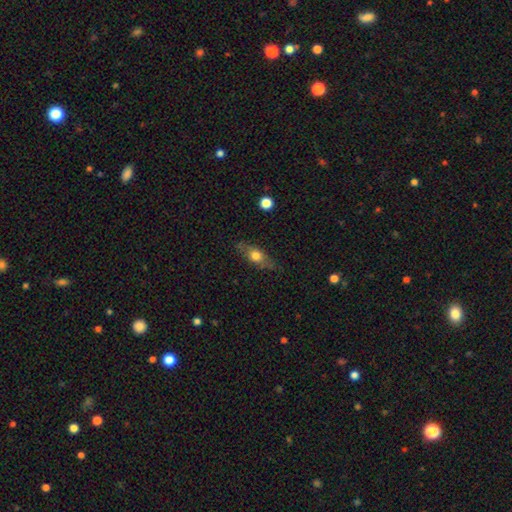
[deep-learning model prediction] Morphology: type=smooth (53%); roundness=in between (58%); merging=none (76%).